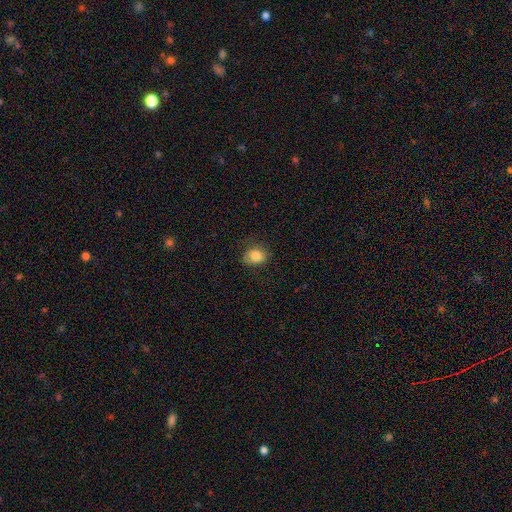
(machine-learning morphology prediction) This appears to be a smooth galaxy with no disk features (82%) that is round (54%). Merging: none (70%).